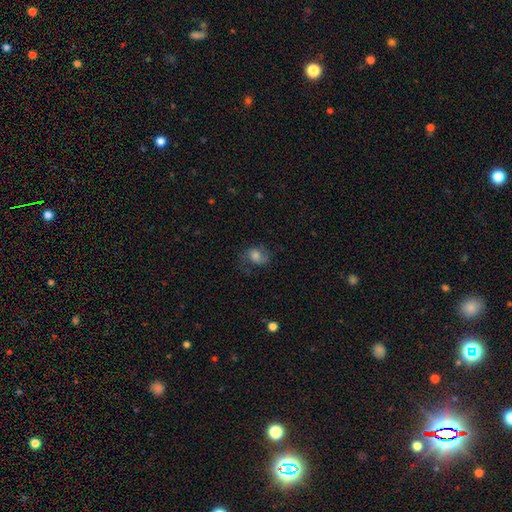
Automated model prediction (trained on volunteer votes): This is possibly a smooth galaxy (50%). How rounded: possibly round (50%). Merging: possibly none (55%).